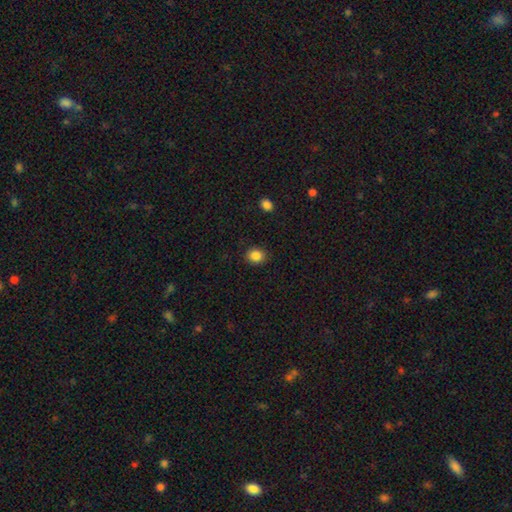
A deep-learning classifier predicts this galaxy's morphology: Smooth or featured?
  - smooth: 86% *
  - star or artifact: 10%
  - featured or disk: 4%
How rounded?
  - round: 69% *
  - in between: 30%
  - cigar-shaped: 1%
Merging?
  - none: 89% *
  - minor disturbance: 7%
  - major disturbance: 2%
  - merger: 1%